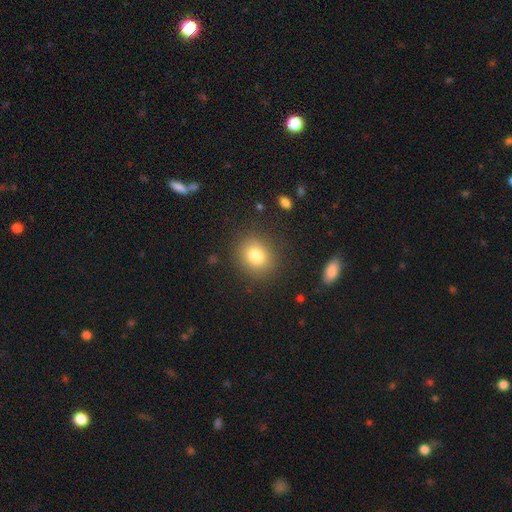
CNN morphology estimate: The model was most divided on "how rounded": round: 72%, in between: 27%, cigar-shaped: 1%. More confident: merging — none (86%); smooth or featured — smooth (79%).